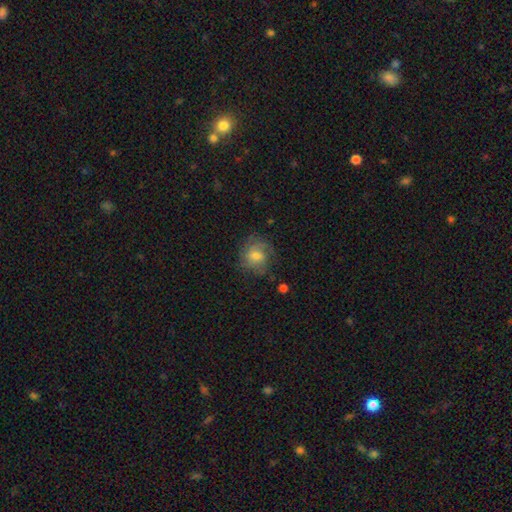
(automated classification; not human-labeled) Q: Smooth or featured?
A: smooth (53%); runner-up: featured or disk (38%)
Q: How rounded?
A: round (80%); runner-up: in between (19%)
Q: Merging?
A: none (68%); runner-up: minor disturbance (21%)